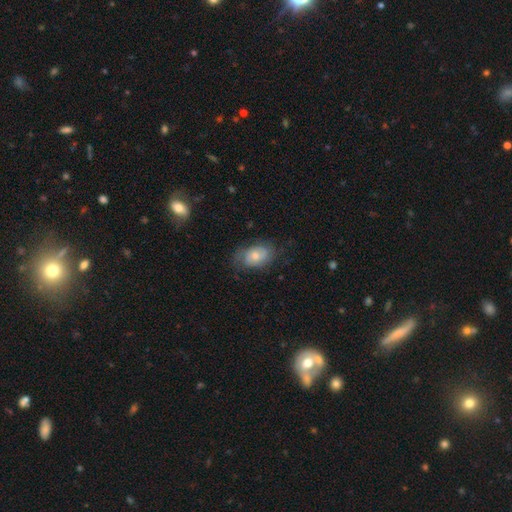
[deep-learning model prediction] smooth-or-featured: smooth: 55% | featured or disk: 38% | star or artifact: 7%
  how-rounded: in between: 85% | round: 14% | cigar-shaped: 1%
  merging: none: 63% | minor disturbance: 26% | major disturbance: 10% | merger: 1%